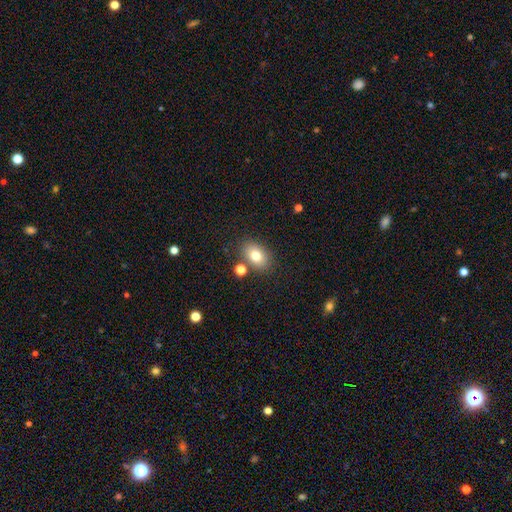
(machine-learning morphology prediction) smooth 78%, featured or disk 12%, star or artifact 10%. Down the decision tree: how rounded — in between (80%); merging — none (77%).